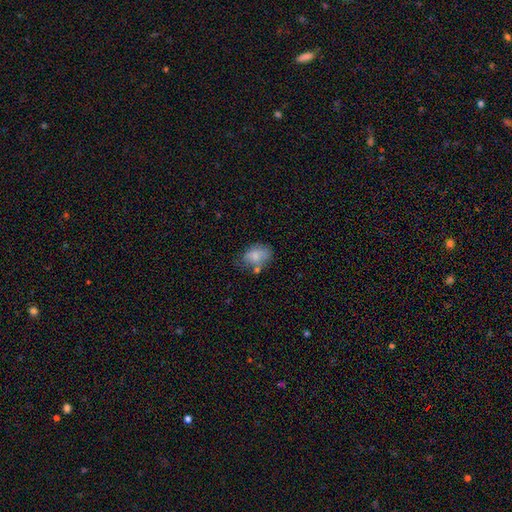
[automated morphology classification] smooth 77%, featured or disk 14%, star or artifact 8%. Down the decision tree: how rounded — in between (79%); merging — none (53%).